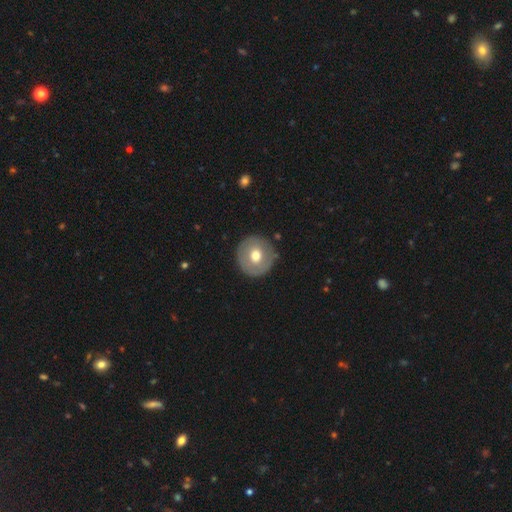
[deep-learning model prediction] A smooth galaxy with no disk features (59%) that is round (94%). Merging: none (85%).